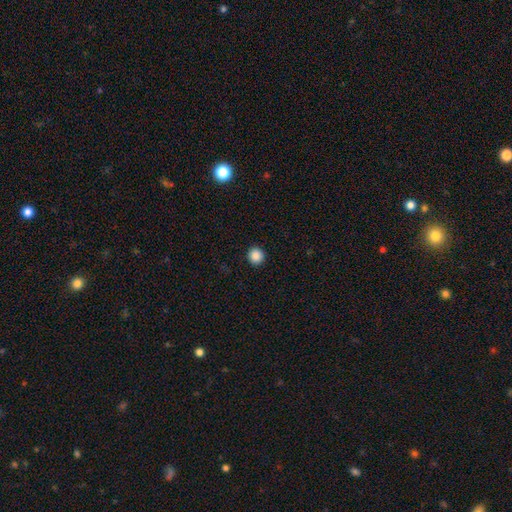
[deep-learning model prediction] smooth_or_featured: smooth (p=0.87) [alt: star or artifact p=0.10]
how_rounded: round (p=0.95) [alt: in between p=0.04]
merging: none (p=0.93) [alt: minor disturbance p=0.04]